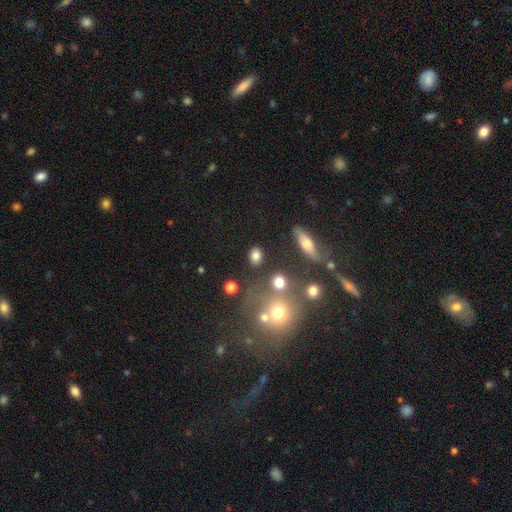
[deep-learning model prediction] Smooth or featured? smooth (79%)
How rounded? in between (56%)
Merging? none (79%)